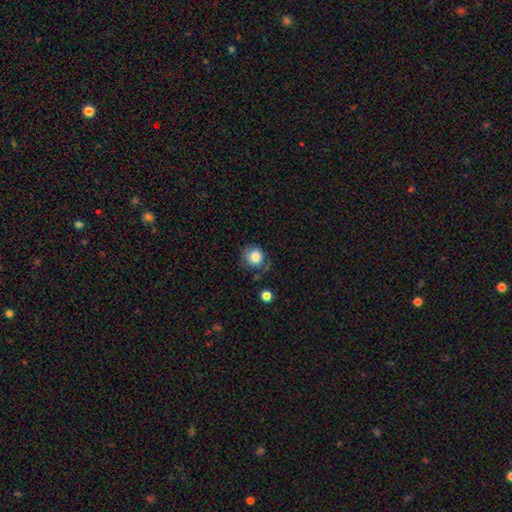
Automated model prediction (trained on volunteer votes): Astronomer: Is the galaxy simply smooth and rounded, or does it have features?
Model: smooth — 82%.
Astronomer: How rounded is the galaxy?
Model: round — 84%.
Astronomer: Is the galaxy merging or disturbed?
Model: none — 58%.